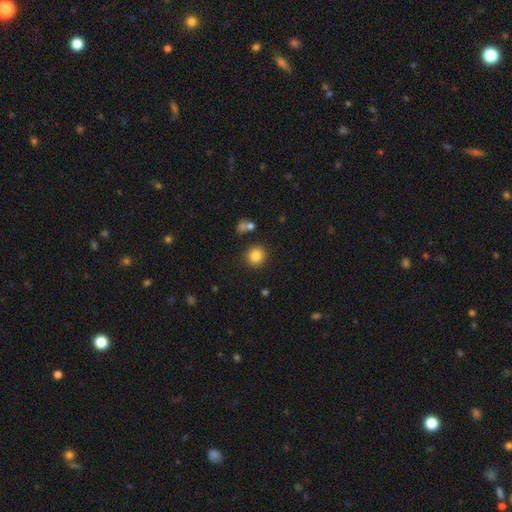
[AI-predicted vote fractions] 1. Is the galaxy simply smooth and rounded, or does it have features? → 84% smooth, 11% star or artifact, 5% featured or disk.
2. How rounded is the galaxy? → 91% round, 8% in between, 1% cigar-shaped.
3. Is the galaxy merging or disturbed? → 87% none, 7% minor disturbance, 4% merger, 2% major disturbance.